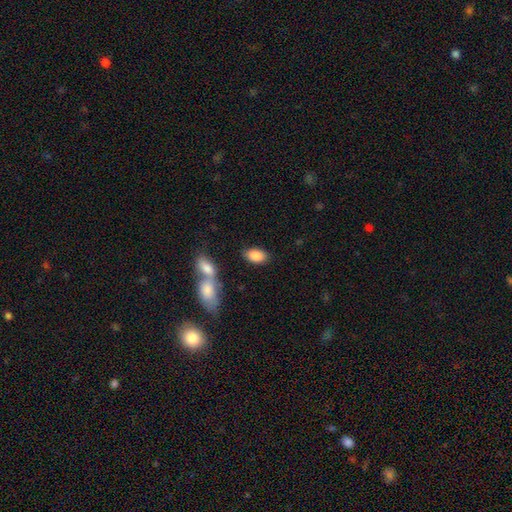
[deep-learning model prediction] The model was most divided on "merging": none: 75%, minor disturbance: 11%, merger: 11%, major disturbance: 4%. More confident: how rounded — in between (92%); smooth or featured — smooth (86%).